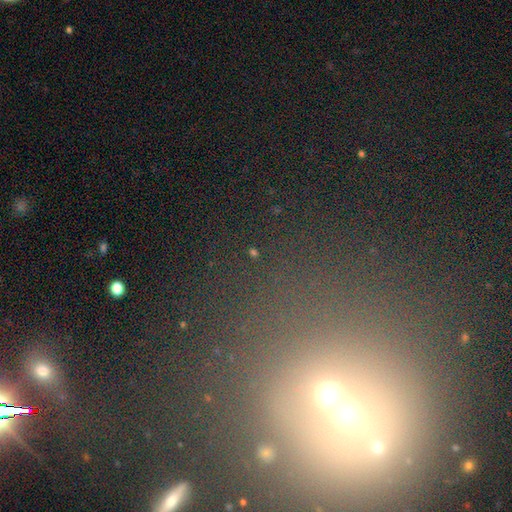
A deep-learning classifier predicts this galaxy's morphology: A star or artifact, not a galaxy (56%).

Vote fractions:
- Smooth or featured? star or artifact: 56% / smooth: 29% / featured or disk: 14%